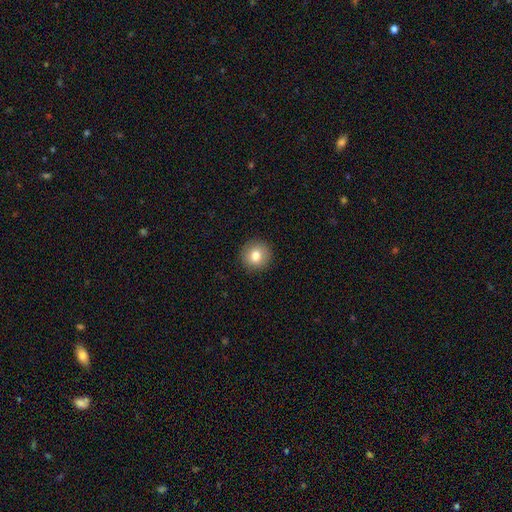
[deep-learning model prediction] Smooth or featured: smooth — 80% (featured or disk — 11%)
How rounded: round — 93% (in between — 6%)
Merging: none — 91% (minor disturbance — 6%)